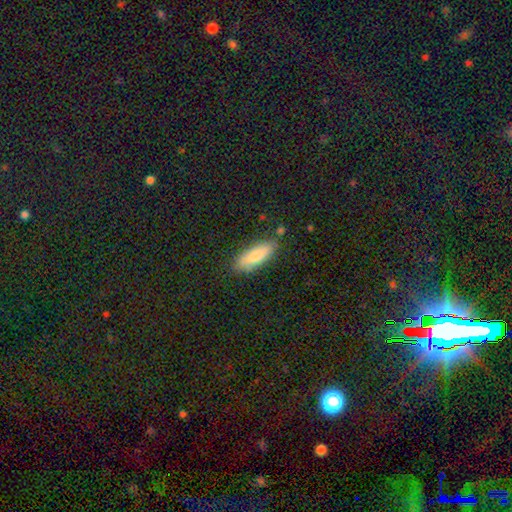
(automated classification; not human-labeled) This appears to be a smooth galaxy with no disk features (77%) that is in between round and cigar-shaped (58%). Merging: none (83%).